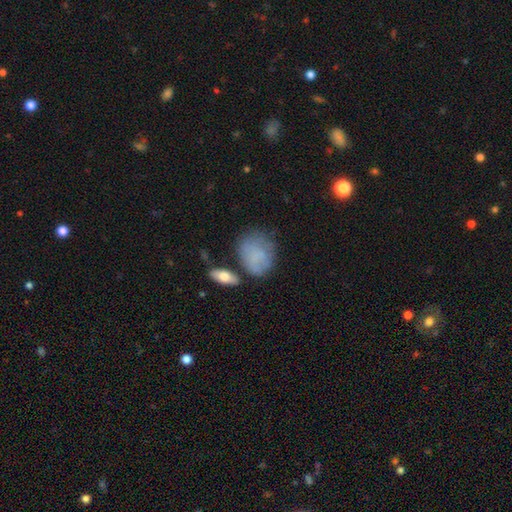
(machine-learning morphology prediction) A smooth galaxy with no disk features (72%) that is in between round and cigar-shaped (55%). Merging: none (47%).